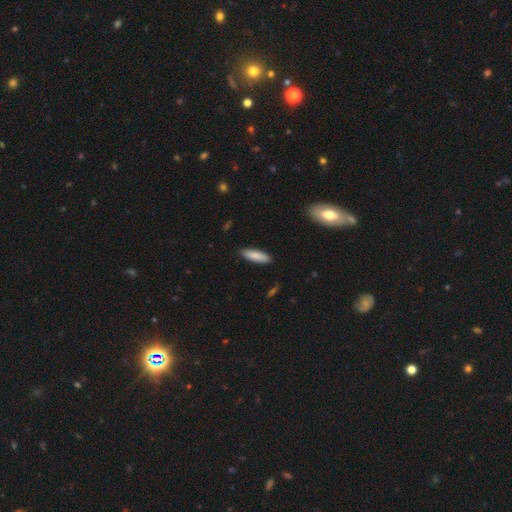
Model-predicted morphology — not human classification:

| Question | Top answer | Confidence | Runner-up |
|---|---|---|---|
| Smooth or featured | smooth | 86% | featured or disk (8%) |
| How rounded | cigar-shaped | 52% | in between (46%) |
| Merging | none | 89% | minor disturbance (8%) |